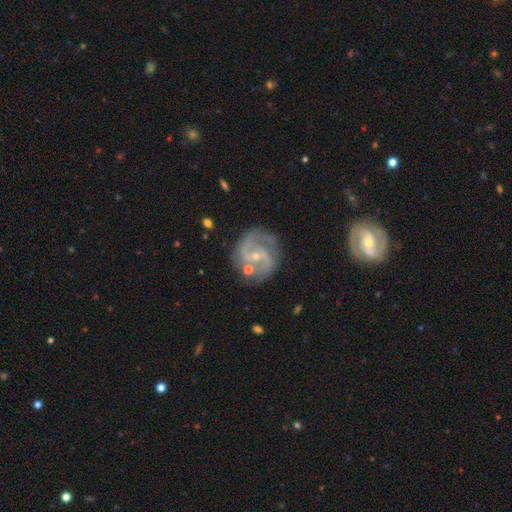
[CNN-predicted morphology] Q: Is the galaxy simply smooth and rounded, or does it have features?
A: featured or disk — 88%.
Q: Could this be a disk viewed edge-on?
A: no — 98%.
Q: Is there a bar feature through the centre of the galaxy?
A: no — 44%.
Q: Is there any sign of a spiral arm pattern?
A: yes — 96%.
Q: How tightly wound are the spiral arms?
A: medium — 56%.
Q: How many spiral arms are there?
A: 2 — 86%.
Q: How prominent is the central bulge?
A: small — 79%.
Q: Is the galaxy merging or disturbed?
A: none — 68%.